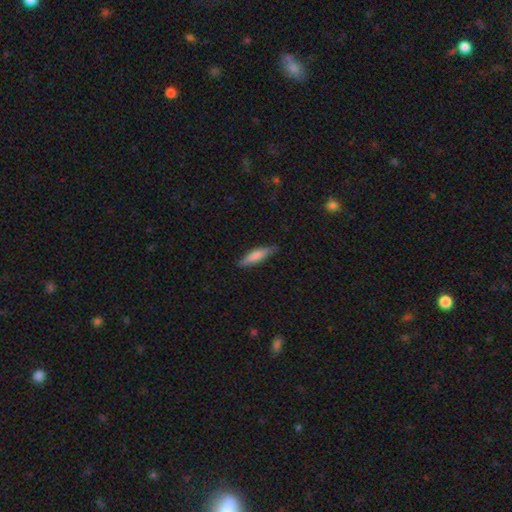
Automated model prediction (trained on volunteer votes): smooth 68%, featured or disk 27%, star or artifact 6%. Down the decision tree: how rounded — cigar-shaped (77%); merging — none (83%).